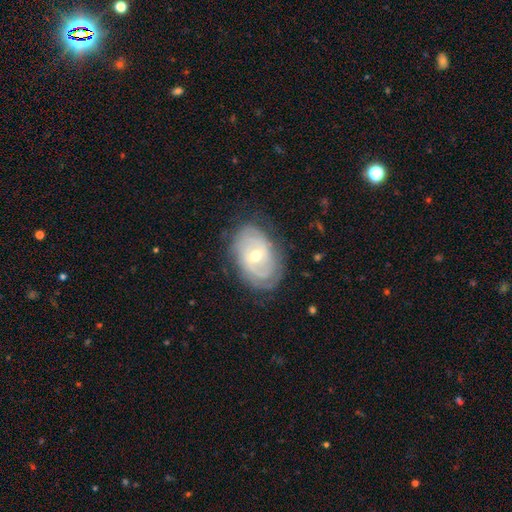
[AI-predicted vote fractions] Overall: featured or disk (81%). Edge-on disk: no (95%). Bar: no (47%; weak 41%). Spiral arms: yes (90%). Spiral arm count: can't tell (38%; 2 34%). Spiral winding: tight (71%). Bulge size: moderate (62%; small 35%). Merging: none (77%).